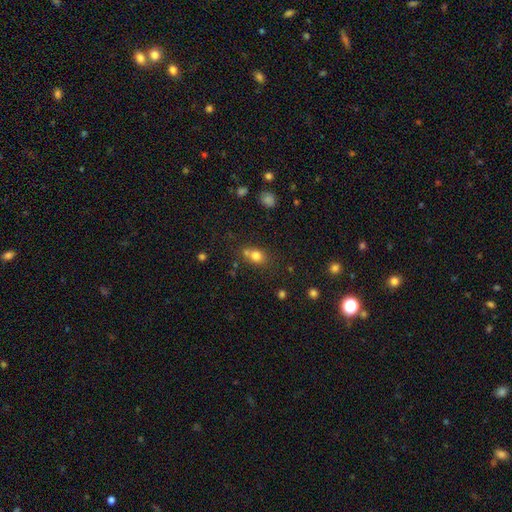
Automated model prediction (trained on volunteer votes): A smooth galaxy with no disk features (77%) that is round (52%). Merging: none (50%).